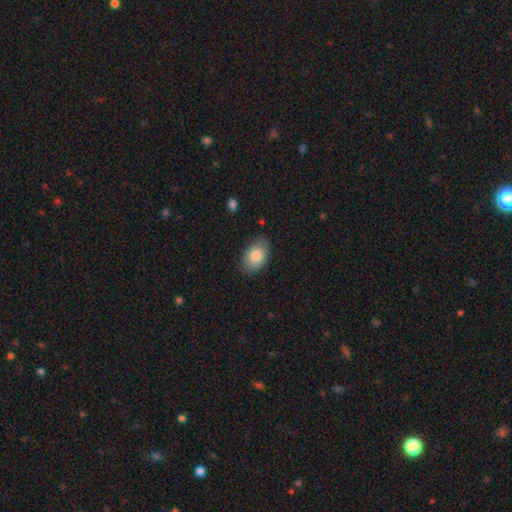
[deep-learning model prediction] Morphology: type=smooth (82%); roundness=in between (88%); merging=none (80%).